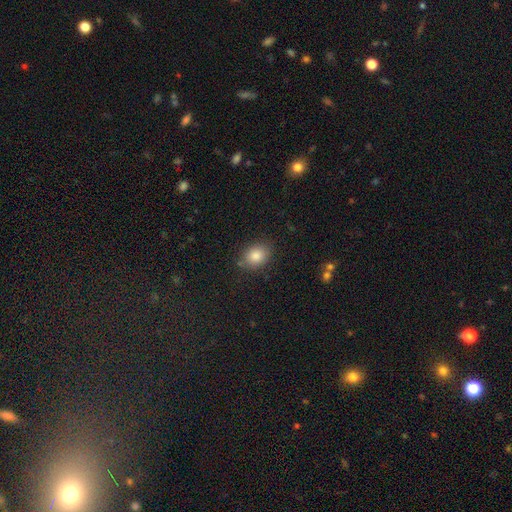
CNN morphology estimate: Smooth or featured?
  - smooth: 84% *
  - star or artifact: 10%
  - featured or disk: 6%
How rounded?
  - in between: 53% *
  - round: 46%
  - cigar-shaped: 1%
Merging?
  - none: 82% *
  - minor disturbance: 13%
  - major disturbance: 3%
  - merger: 2%